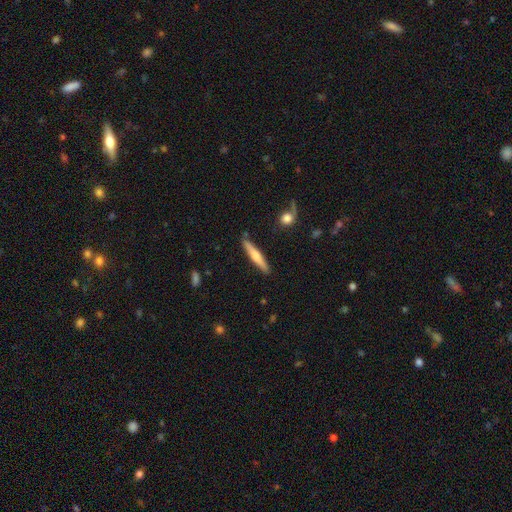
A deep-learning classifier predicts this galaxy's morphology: Smooth or featured? Predicted: smooth (p=0.51). How rounded? Predicted: cigar-shaped (p=0.92). Merging? Predicted: none (p=0.87).